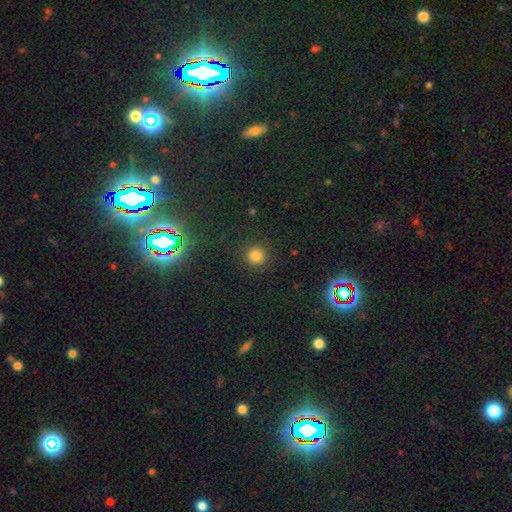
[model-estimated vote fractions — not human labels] Smooth or featured? Predicted: smooth (p=0.80). How rounded? Predicted: round (p=0.93). Merging? Predicted: none (p=0.90).